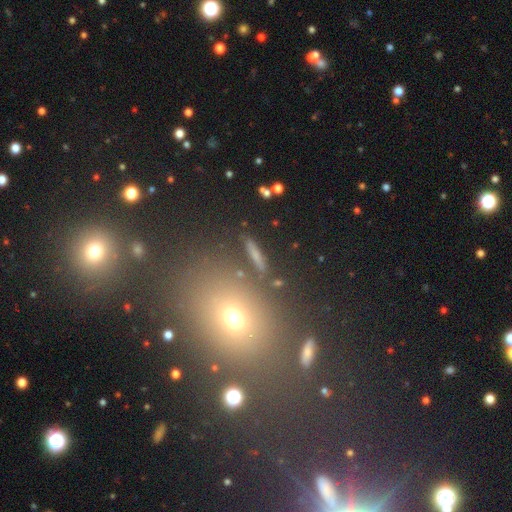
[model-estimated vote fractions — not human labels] smooth-or-featured: smooth: 53% | featured or disk: 25% | star or artifact: 22%
  how-rounded: cigar-shaped: 60% | in between: 25% | round: 15%
  merging: none: 83% | minor disturbance: 8% | merger: 5% | major disturbance: 4%